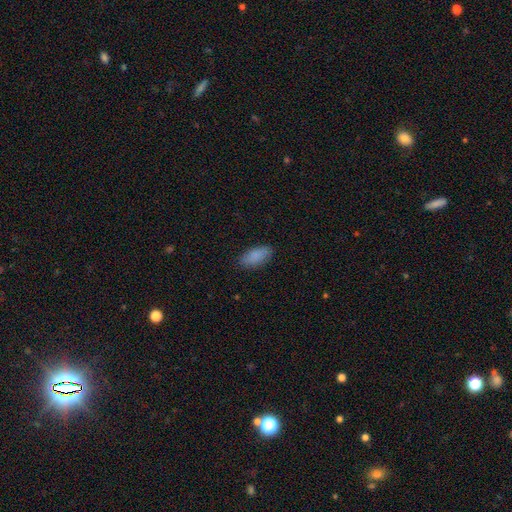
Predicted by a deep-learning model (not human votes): smooth-or-featured: smooth: 88% | star or artifact: 7% | featured or disk: 6%
  how-rounded: in between: 87% | cigar-shaped: 11% | round: 2%
  merging: none: 86% | minor disturbance: 11% | major disturbance: 2% | merger: 1%